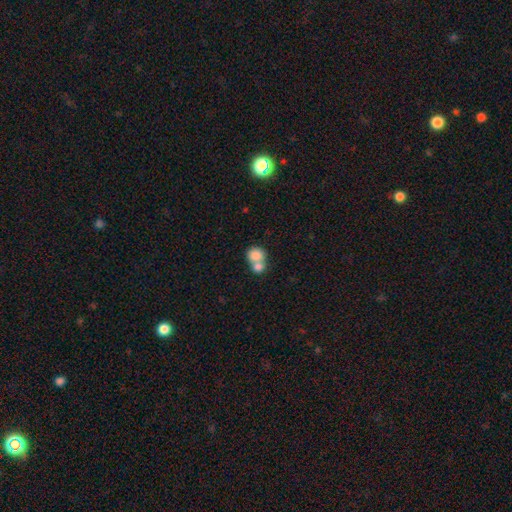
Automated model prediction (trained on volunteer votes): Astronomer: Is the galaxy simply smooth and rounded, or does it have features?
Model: smooth — 81%.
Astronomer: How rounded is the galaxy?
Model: round — 69%.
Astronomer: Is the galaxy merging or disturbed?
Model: merger — 63%.